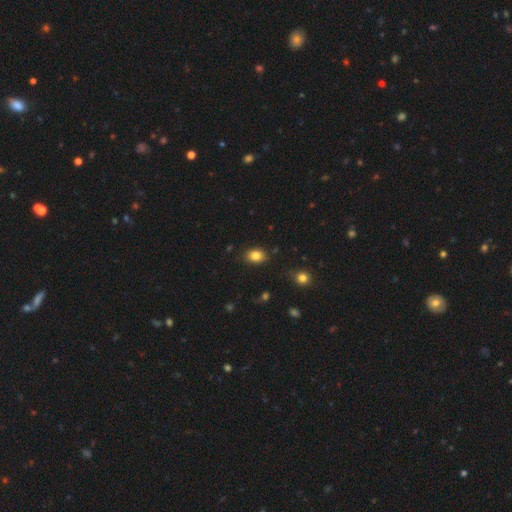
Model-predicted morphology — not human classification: smooth 83%, star or artifact 10%, featured or disk 6%. Down the decision tree: how rounded — in between (70%); merging — none (84%).